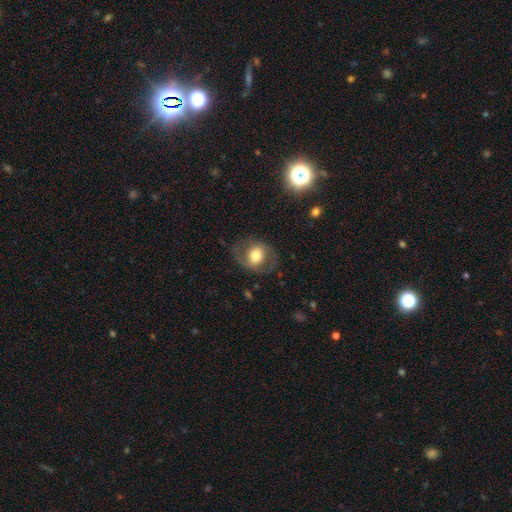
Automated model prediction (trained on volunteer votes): A smooth galaxy with no disk features (55%) that is round (56%). Merging: none (73%).